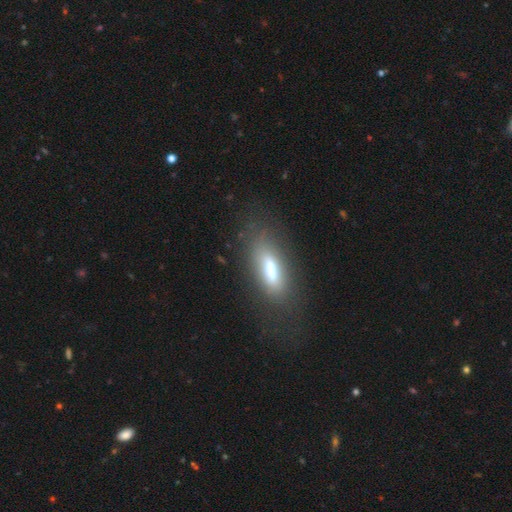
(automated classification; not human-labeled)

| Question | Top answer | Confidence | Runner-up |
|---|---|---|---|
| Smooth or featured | smooth | 55% | featured or disk (30%) |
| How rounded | in between | 72% | cigar-shaped (24%) |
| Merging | none | 81% | minor disturbance (12%) |